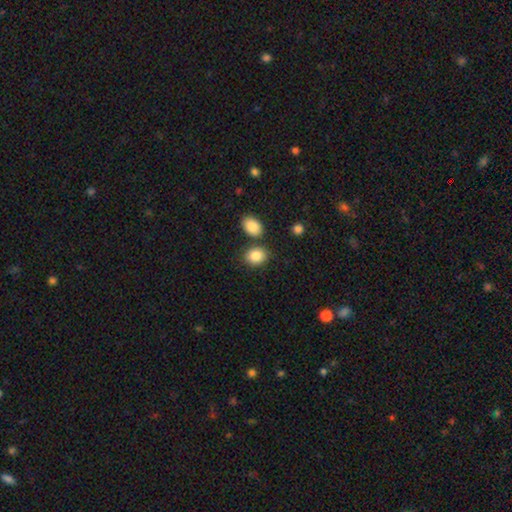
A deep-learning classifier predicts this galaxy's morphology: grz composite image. It shows a smooth galaxy with no disk features (87%) that is in between round and cigar-shaped (52%). Merging: none (72%).